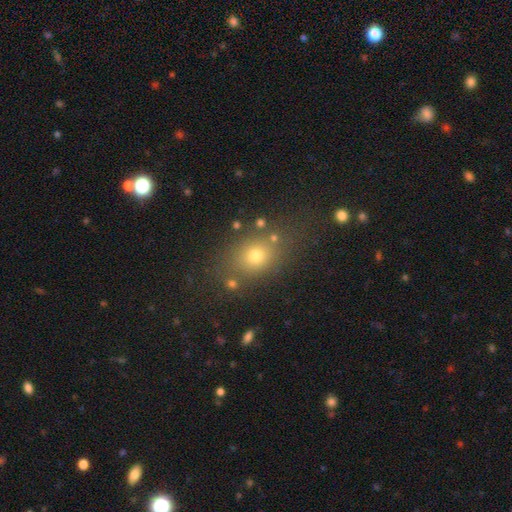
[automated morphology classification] This is likely a smooth galaxy (70%). How rounded: possibly in between (51%). Merging: likely none (72%).